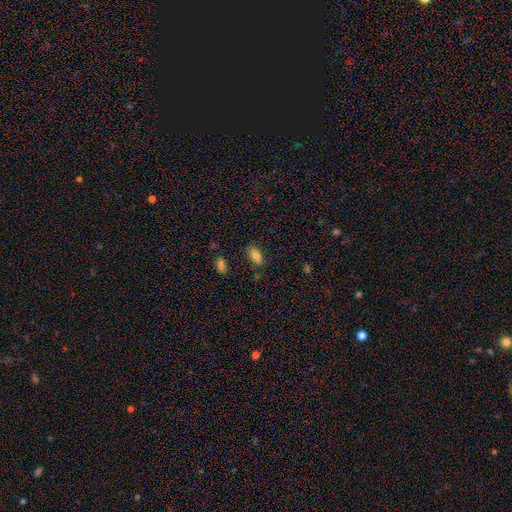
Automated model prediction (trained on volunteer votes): Smooth or featured? Predicted: smooth (p=0.82). How rounded? Predicted: in between (p=0.90). Merging? Predicted: none (p=0.80).